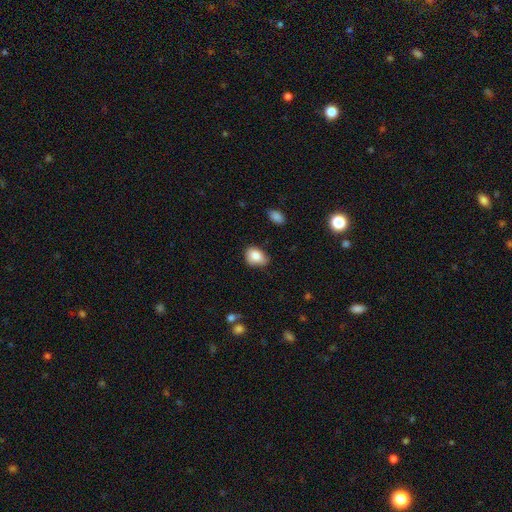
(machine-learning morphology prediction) This appears to be a smooth galaxy with no disk features (84%) that is in between round and cigar-shaped (72%). Merging: none (61%).